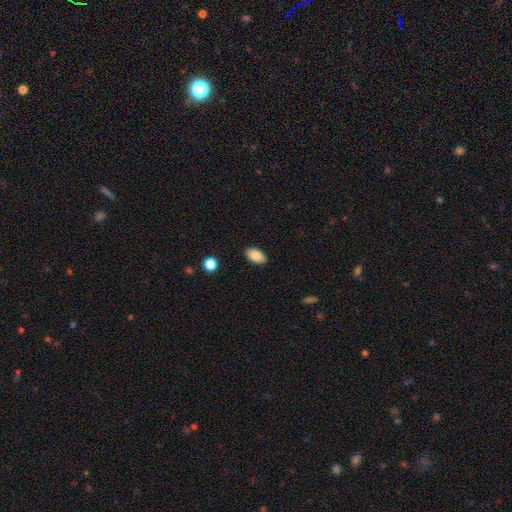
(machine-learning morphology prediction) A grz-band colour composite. It shows a smooth galaxy with no disk features (86%) that is in between round and cigar-shaped (94%). Merging: none (89%).